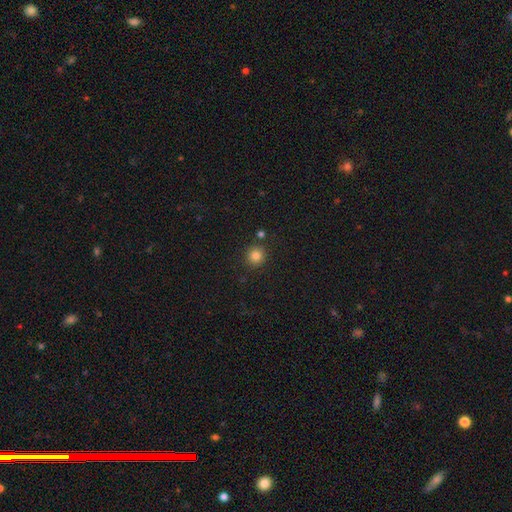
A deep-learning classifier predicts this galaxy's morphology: Q: Smooth or featured?
A: smooth (83%); runner-up: star or artifact (12%)
Q: How rounded?
A: round (92%); runner-up: in between (7%)
Q: Merging?
A: none (85%); runner-up: minor disturbance (7%)